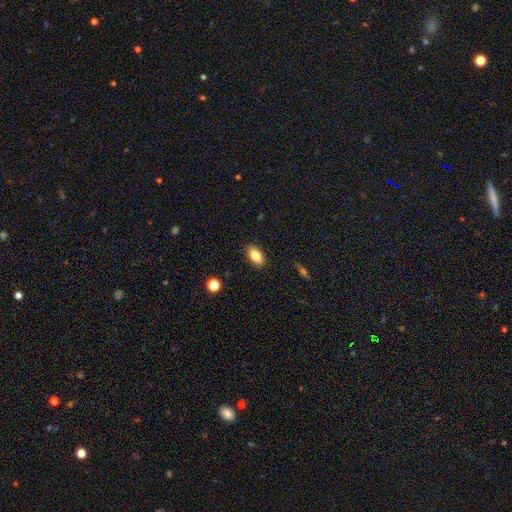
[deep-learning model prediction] This is clearly a smooth galaxy (84%). How rounded: clearly in between (91%). Merging: clearly none (88%).